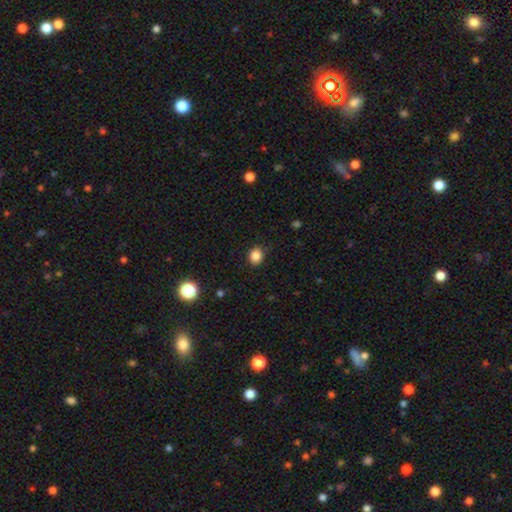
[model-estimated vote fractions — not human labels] Overall: smooth (85%). How rounded: round (70%). Merging: none (87%).